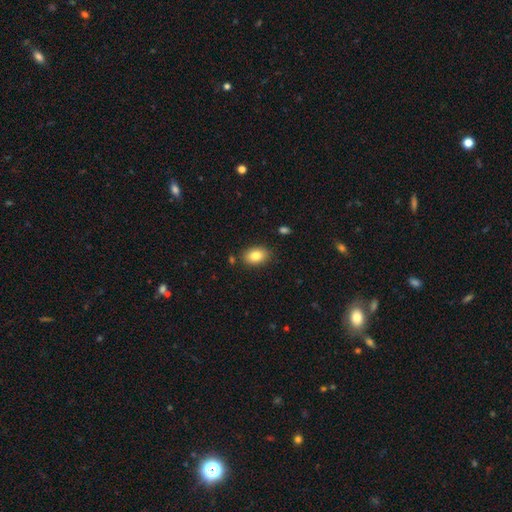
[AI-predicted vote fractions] smooth_or_featured: smooth (p=0.84) [alt: star or artifact p=0.08]
how_rounded: in between (p=0.85) [alt: round p=0.14]
merging: none (p=0.84) [alt: minor disturbance p=0.11]